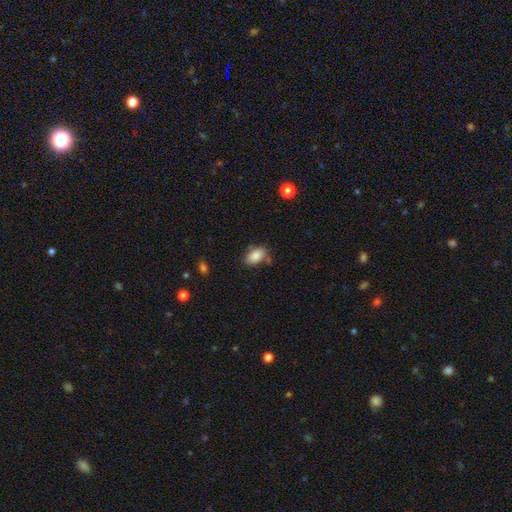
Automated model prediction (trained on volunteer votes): Q: Smooth or featured?
A: smooth (86%); runner-up: star or artifact (8%)
Q: How rounded?
A: in between (92%); runner-up: round (7%)
Q: Merging?
A: none (73%); runner-up: minor disturbance (17%)